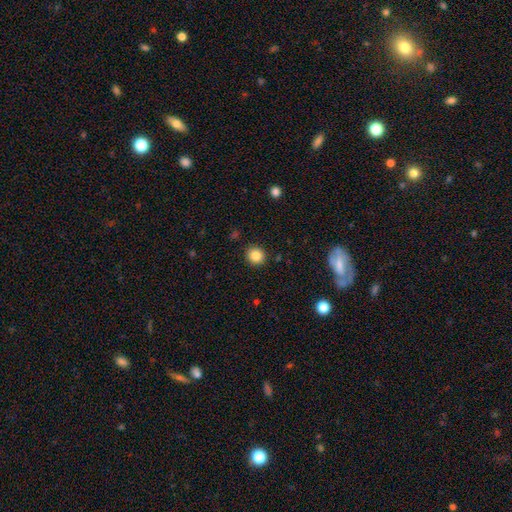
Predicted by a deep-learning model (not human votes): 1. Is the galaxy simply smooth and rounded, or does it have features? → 86% smooth, 10% star or artifact, 4% featured or disk.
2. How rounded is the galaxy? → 86% round, 13% in between, 1% cigar-shaped.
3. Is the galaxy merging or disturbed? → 90% none, 6% minor disturbance, 2% major disturbance, 1% merger.